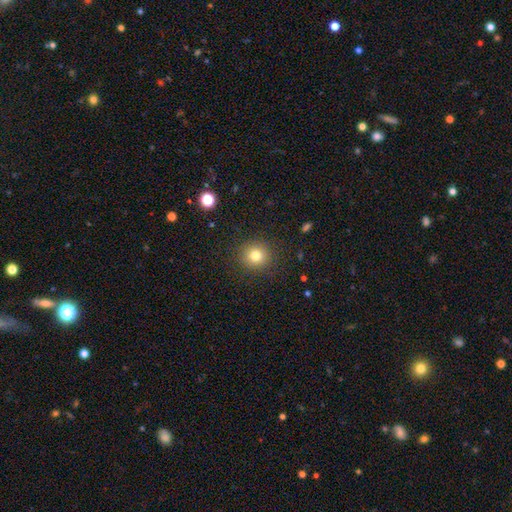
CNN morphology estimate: Smooth or featured: smooth — 79% (star or artifact — 13%)
How rounded: round — 91% (in between — 8%)
Merging: none — 89% (minor disturbance — 7%)